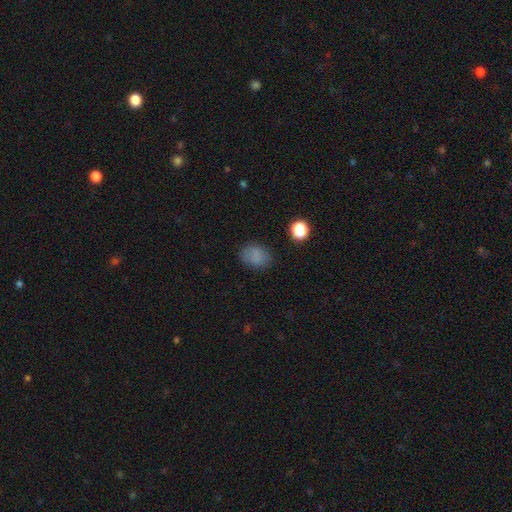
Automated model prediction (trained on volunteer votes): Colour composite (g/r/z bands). It shows a smooth galaxy with no disk features (80%) that is in between round and cigar-shaped (60%). Merging: none (78%).